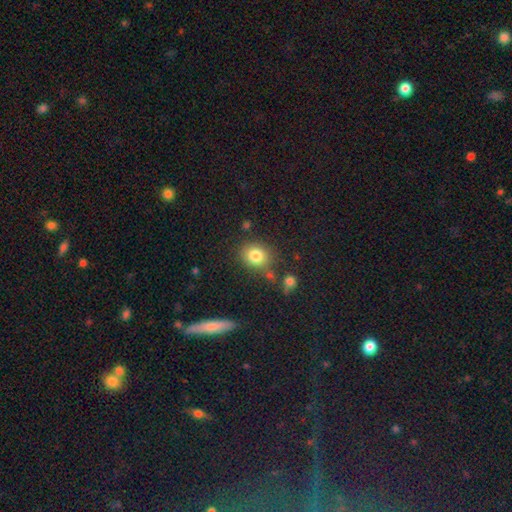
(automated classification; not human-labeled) Smooth or featured? Predicted: smooth (p=0.82). How rounded? Predicted: round (p=0.70). Merging? Predicted: none (p=0.77).